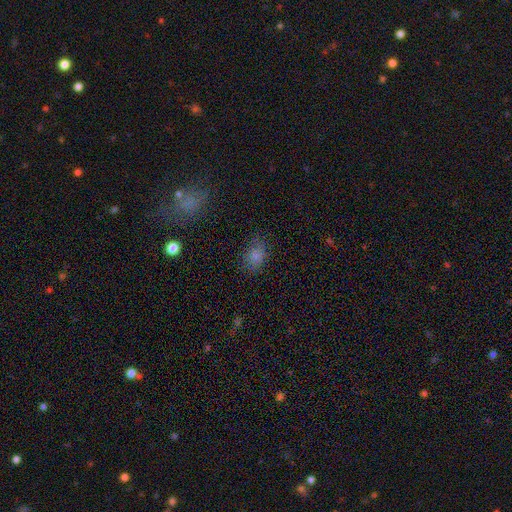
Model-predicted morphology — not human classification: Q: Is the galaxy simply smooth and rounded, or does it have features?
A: smooth — 80%.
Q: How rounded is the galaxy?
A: in between — 77%.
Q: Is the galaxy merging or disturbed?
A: none — 74%.